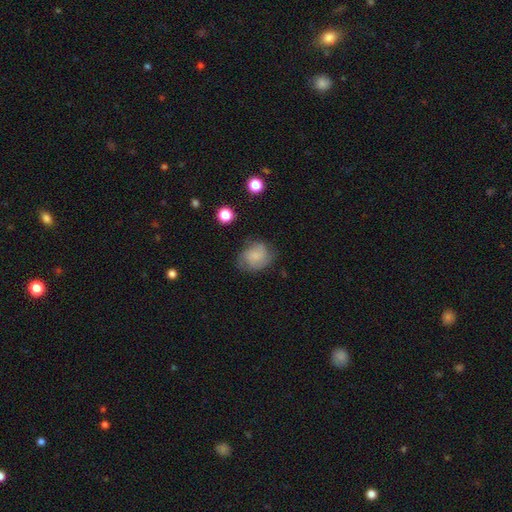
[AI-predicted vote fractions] A smooth galaxy with no disk features (58%) that is round (56%).

Vote fractions:
- Smooth or featured? smooth: 58% / featured or disk: 32% / star or artifact: 9%
- How rounded? round: 56% / in between: 43% / cigar-shaped: 1%
- Merging? none: 62% / minor disturbance: 26% / major disturbance: 10% / merger: 2%